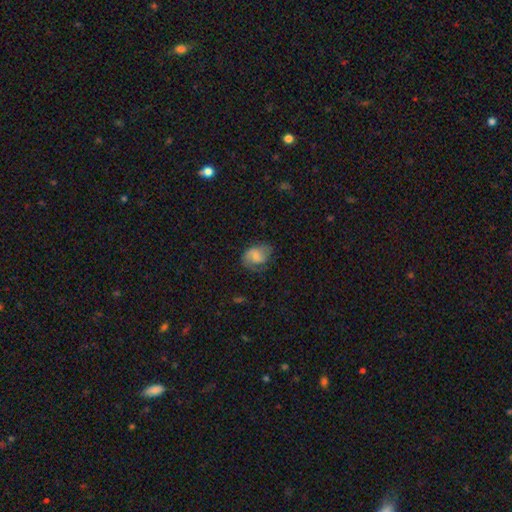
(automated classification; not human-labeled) This appears to be a smooth galaxy with no disk features (55%) that is in between round and cigar-shaped (70%). Merging: none (54%).